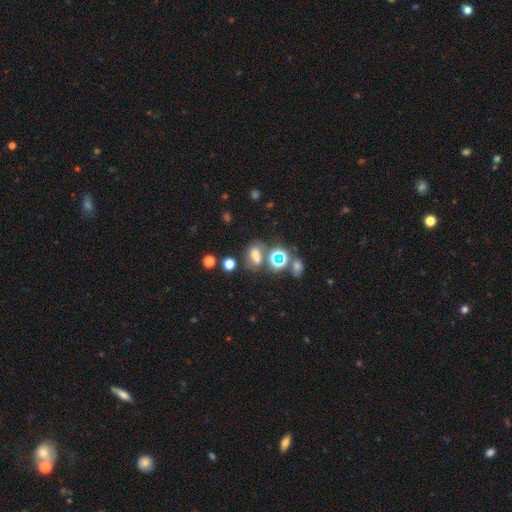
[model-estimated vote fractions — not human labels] This is possibly a smooth galaxy (57%). How rounded: likely in between (70%). Merging: possibly none (56%).